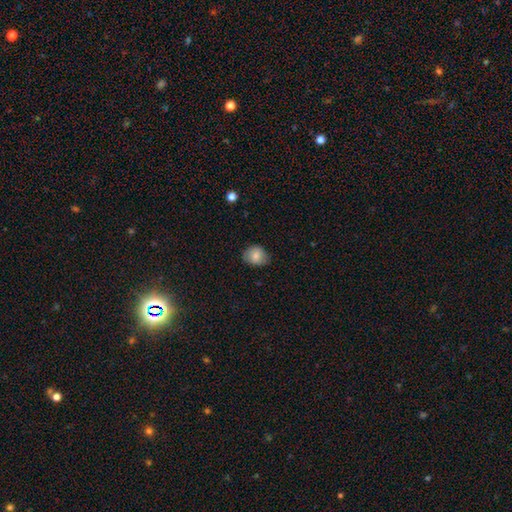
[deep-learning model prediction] A smooth galaxy with no disk features (83%) that is round (52%).

Vote fractions:
- Smooth or featured? smooth: 83% / featured or disk: 9% / star or artifact: 8%
- How rounded? round: 52% / in between: 47% / cigar-shaped: 1%
- Merging? none: 75% / minor disturbance: 20% / major disturbance: 4% / merger: 1%